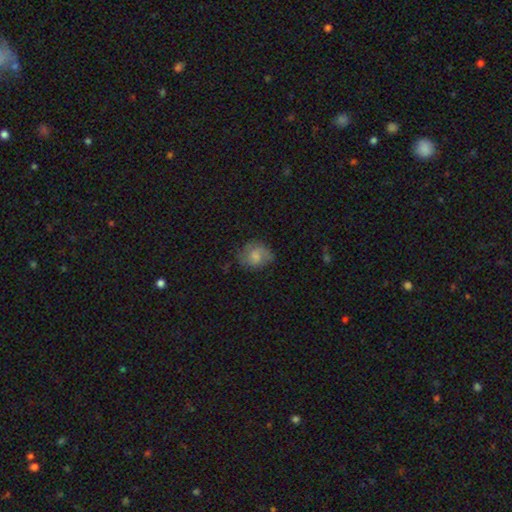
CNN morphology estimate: The model was most divided on "smooth or featured": smooth: 56%, featured or disk: 35%, star or artifact: 8%. More confident: merging — none (63%); how rounded — round (62%).